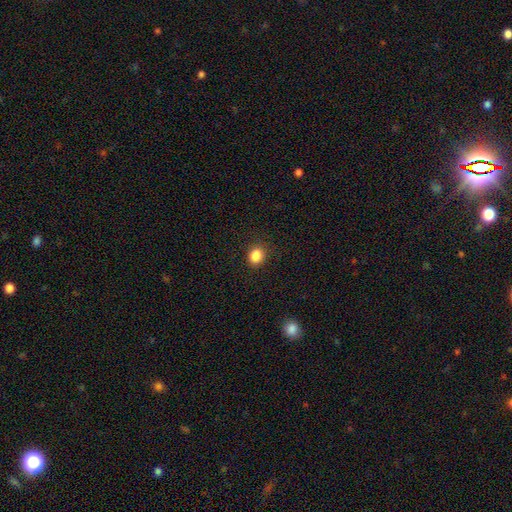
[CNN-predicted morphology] Smooth or featured? Predicted: smooth (p=0.86). How rounded? Predicted: round (p=0.60). Merging? Predicted: none (p=0.88).